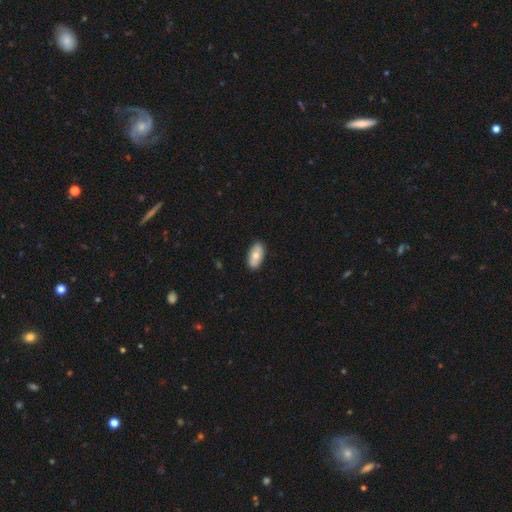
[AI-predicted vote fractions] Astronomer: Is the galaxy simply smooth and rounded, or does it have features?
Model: smooth — 67%.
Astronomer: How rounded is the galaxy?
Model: in between — 93%.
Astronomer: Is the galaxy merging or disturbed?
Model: none — 88%.